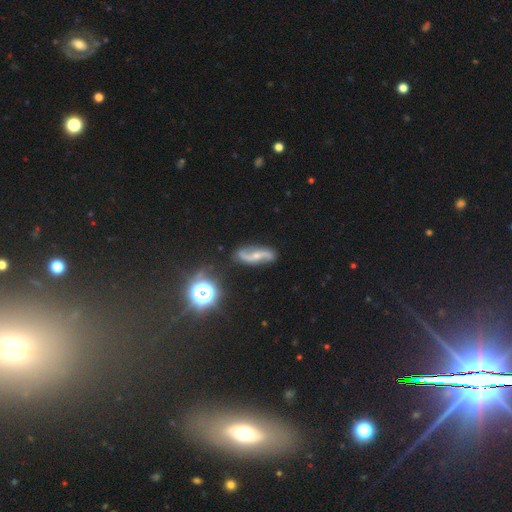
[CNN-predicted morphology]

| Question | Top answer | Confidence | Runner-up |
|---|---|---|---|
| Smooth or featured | featured or disk | 84% | star or artifact (9%) |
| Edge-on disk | no | 94% | yes (6%) |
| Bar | no | 43% | weak (34%) |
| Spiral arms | yes | 96% | no (4%) |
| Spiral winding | loose | 75% | medium (19%) |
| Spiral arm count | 2 | 93% | can't tell (2%) |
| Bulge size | small | 56% | moderate (37%) |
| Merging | none | 79% | minor disturbance (13%) |